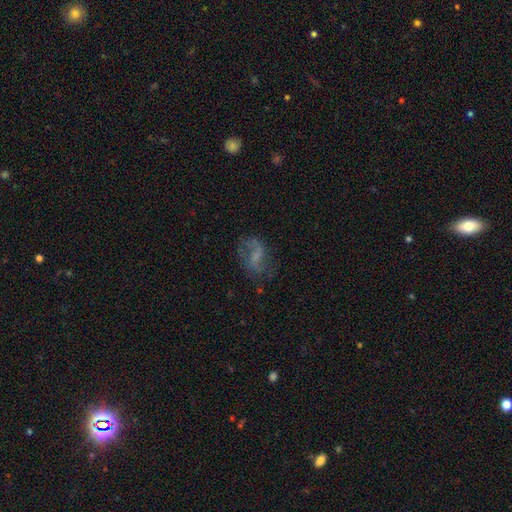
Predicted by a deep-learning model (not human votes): Smooth or featured? featured or disk (55%)
Edge-on disk? no (96%)
Bar? weak (43%)
Spiral arms? yes (69%)
Bulge size? none (55%)
Merging? none (54%)